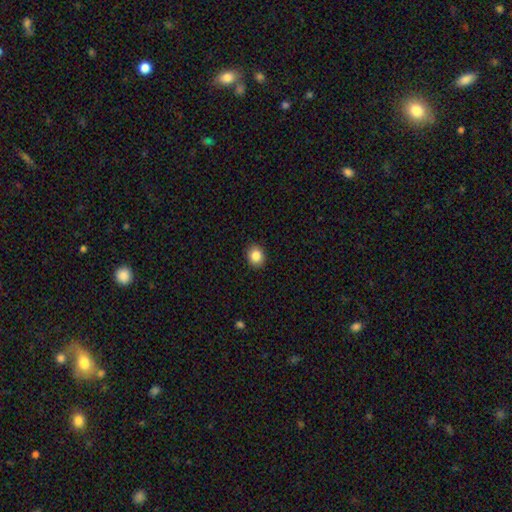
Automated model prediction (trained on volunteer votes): Smooth or featured? smooth (85%)
How rounded? round (65%)
Merging? none (91%)